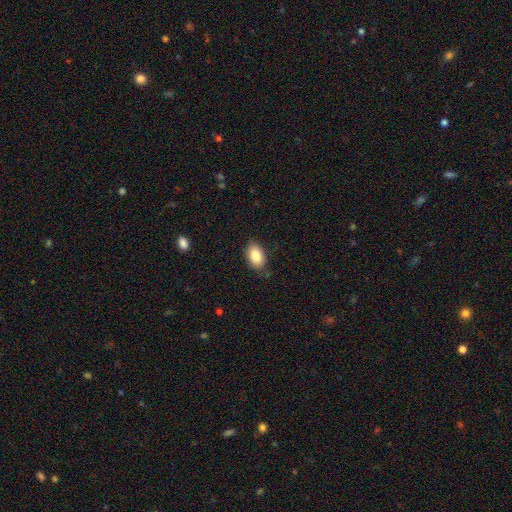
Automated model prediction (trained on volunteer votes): Overall: smooth (85%). How rounded: in between (91%). Merging: none (82%).